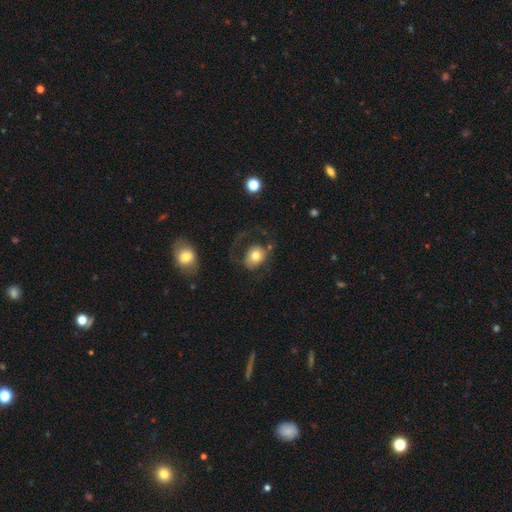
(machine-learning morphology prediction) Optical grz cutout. It shows a smooth galaxy with no disk features (68%) that is round (52%). Merging: none (44%).